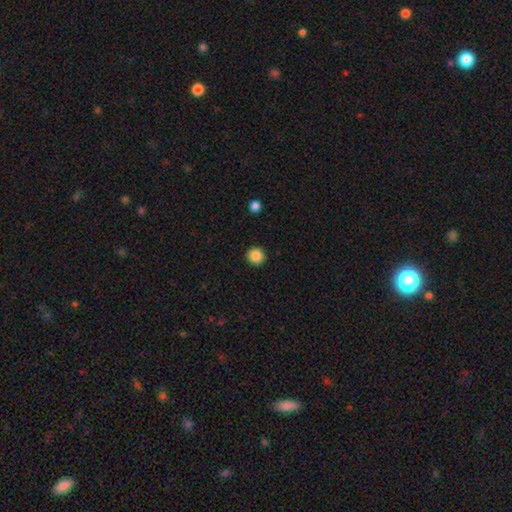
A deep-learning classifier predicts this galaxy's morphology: This appears to be a smooth galaxy with no disk features (87%) that is round (95%). Merging: none (93%).